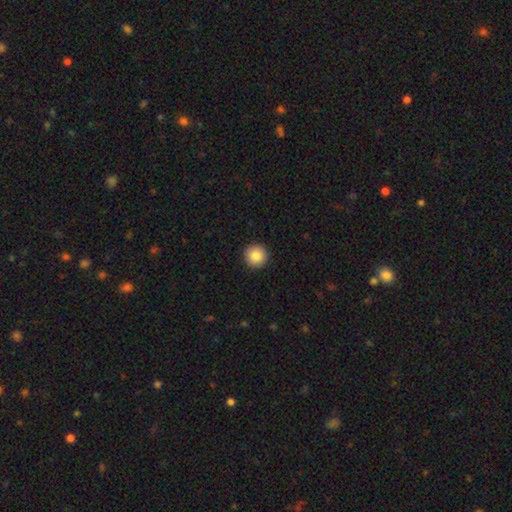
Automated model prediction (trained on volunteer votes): Smooth or featured? Predicted: smooth (p=0.87). How rounded? Predicted: round (p=0.96). Merging? Predicted: none (p=0.93).